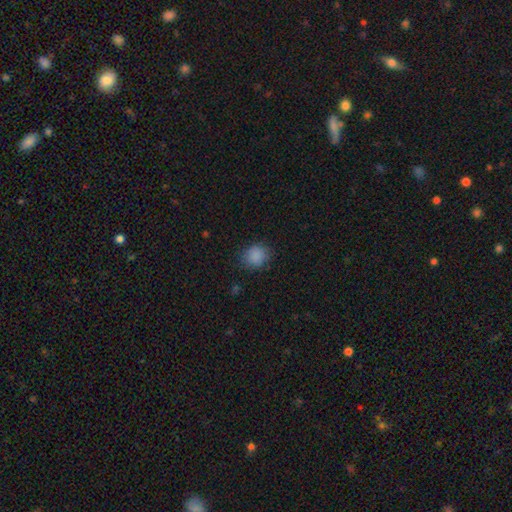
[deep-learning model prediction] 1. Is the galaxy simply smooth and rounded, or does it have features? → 86% smooth, 10% star or artifact, 4% featured or disk.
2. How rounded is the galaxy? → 75% round, 24% in between, 1% cigar-shaped.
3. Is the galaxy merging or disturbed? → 81% none, 14% minor disturbance, 4% major disturbance, 1% merger.